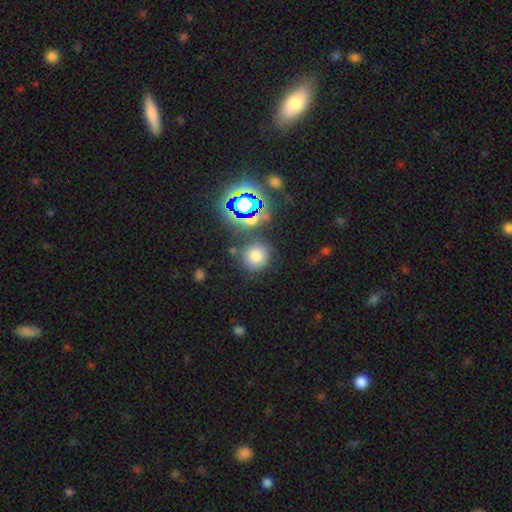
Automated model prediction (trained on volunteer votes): smooth_or_featured: smooth (p=0.72) [alt: star or artifact p=0.21]
how_rounded: round (p=0.88) [alt: in between p=0.11]
merging: none (p=0.80) [alt: minor disturbance p=0.10]